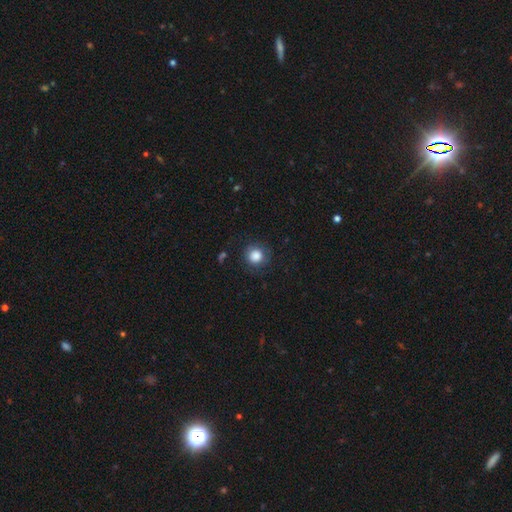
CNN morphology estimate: smooth-or-featured: smooth: 85% | star or artifact: 10% | featured or disk: 6%
  how-rounded: round: 91% | in between: 8% | cigar-shaped: 1%
  merging: none: 82% | minor disturbance: 12% | major disturbance: 4% | merger: 1%